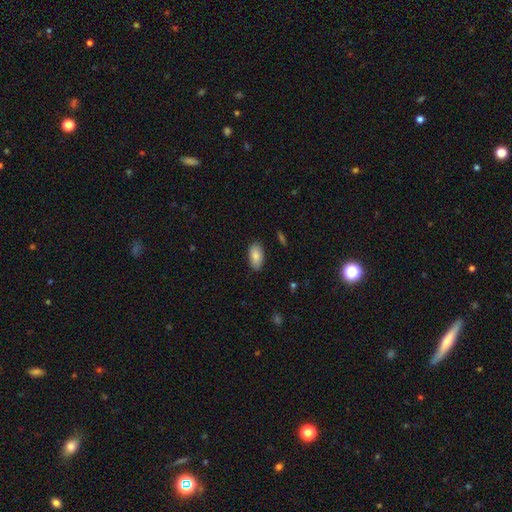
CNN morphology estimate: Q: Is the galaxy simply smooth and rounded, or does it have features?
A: smooth — 84%.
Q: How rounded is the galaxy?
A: in between — 93%.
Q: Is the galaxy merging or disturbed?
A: none — 87%.